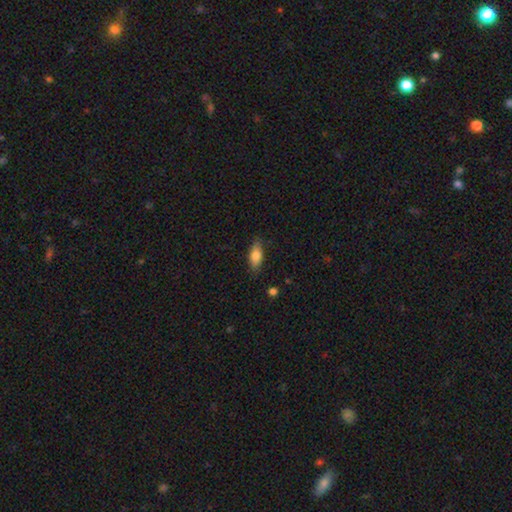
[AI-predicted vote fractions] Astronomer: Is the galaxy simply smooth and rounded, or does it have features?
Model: smooth — 77%.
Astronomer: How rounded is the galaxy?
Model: in between — 75%.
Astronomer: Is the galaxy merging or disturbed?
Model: none — 83%.